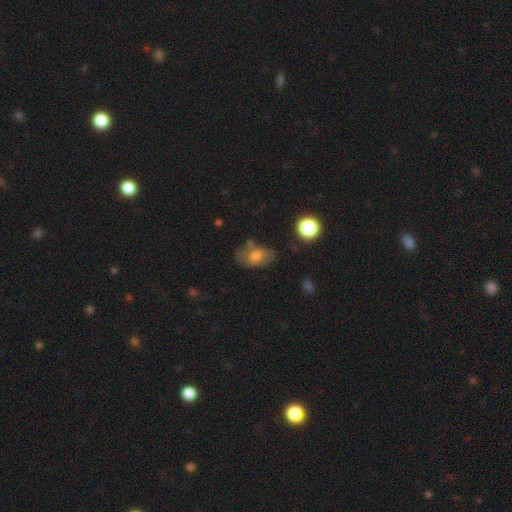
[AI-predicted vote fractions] This is likely a smooth galaxy (69%). How rounded: clearly in between (85%). Merging: possibly none (49%).